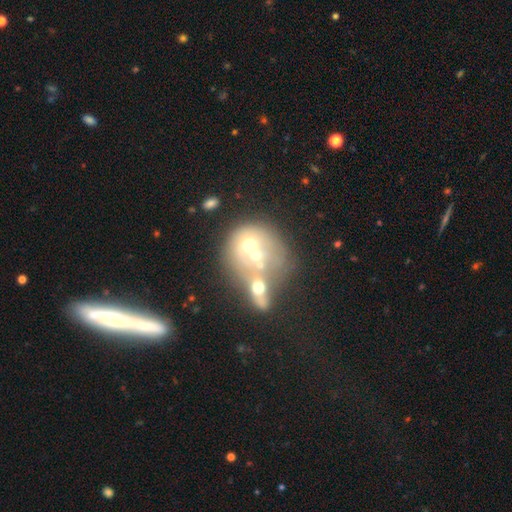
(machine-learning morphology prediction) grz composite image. It shows a featured or disk galaxy (45%). Merging: merger (71%).